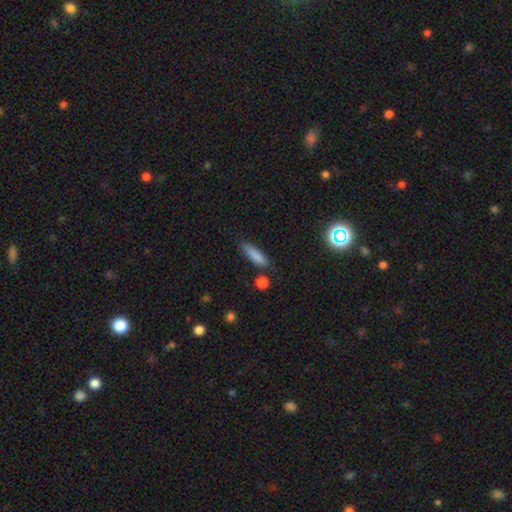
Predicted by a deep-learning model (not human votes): smooth_or_featured: smooth (p=0.84) [alt: featured or disk p=0.08]
how_rounded: cigar-shaped (p=0.71) [alt: in between p=0.27]
merging: none (p=0.79) [alt: minor disturbance p=0.14]